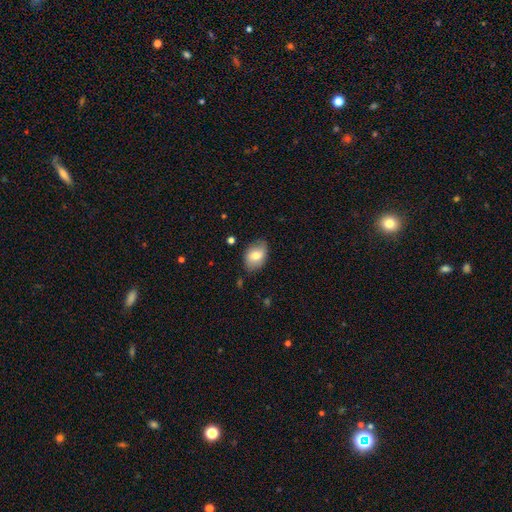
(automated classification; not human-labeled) A smooth galaxy with no disk features (75%) that is in between round and cigar-shaped (83%).

Vote fractions:
- Smooth or featured? smooth: 75% / featured or disk: 18% / star or artifact: 7%
- How rounded? in between: 83% / round: 16% / cigar-shaped: 1%
- Merging? none: 77% / minor disturbance: 18% / major disturbance: 3% / merger: 2%